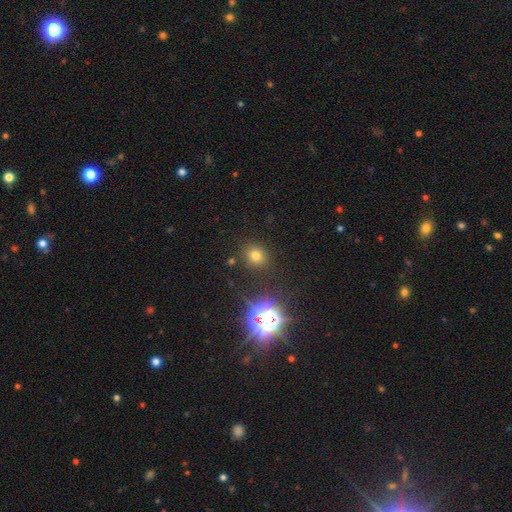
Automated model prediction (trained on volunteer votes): Smooth or featured? Predicted: smooth (p=0.68). How rounded? Predicted: round (p=0.77). Merging? Predicted: none (p=0.86).